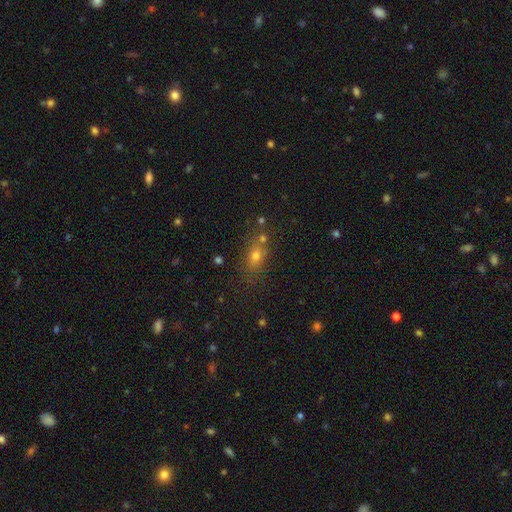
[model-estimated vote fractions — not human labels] This is likely a smooth galaxy (65%). How rounded: possibly in between (58%). Merging: likely none (69%).